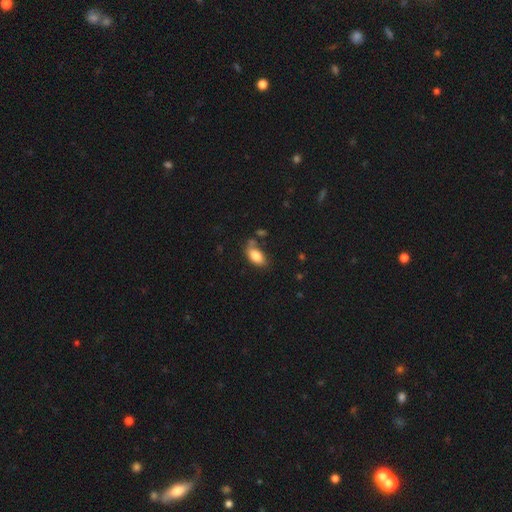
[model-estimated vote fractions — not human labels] This appears to be a smooth galaxy with no disk features (83%) that is in between round and cigar-shaped (91%). Merging: none (59%).